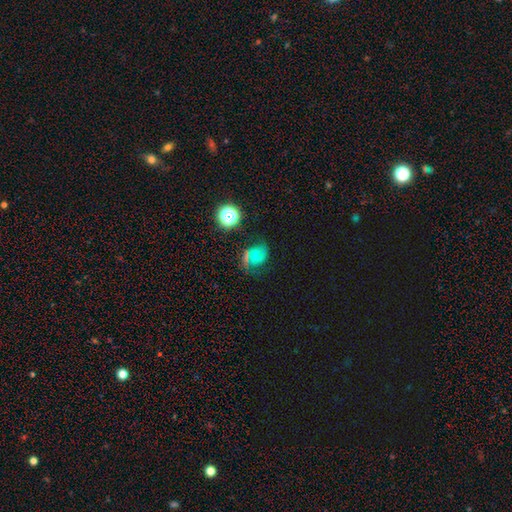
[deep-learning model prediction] Q: Smooth or featured?
A: featured or disk (43%); runner-up: smooth (38%)
Q: Merging?
A: none (51%); runner-up: minor disturbance (23%)